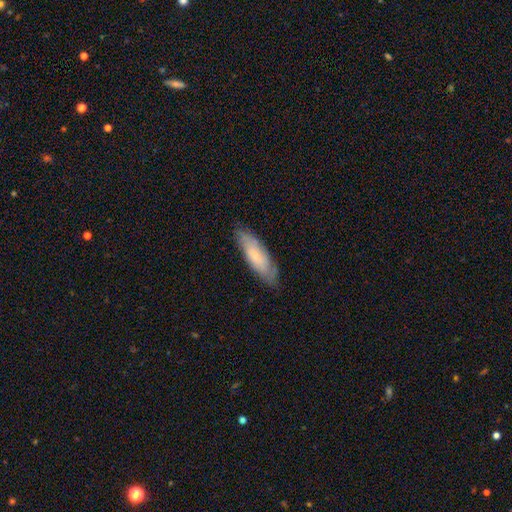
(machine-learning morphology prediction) Smooth or featured? Predicted: smooth (p=0.57). How rounded? Predicted: cigar-shaped (p=0.53). Merging? Predicted: none (p=0.80).